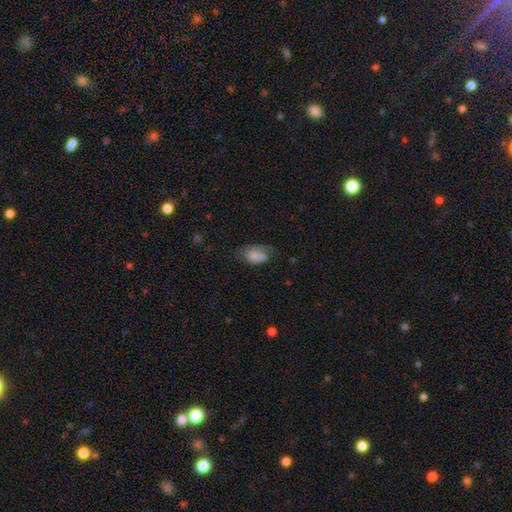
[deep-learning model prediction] The model was most divided on "merging": none: 43%, minor disturbance: 33%, major disturbance: 20%, merger: 3%. More confident: how rounded — in between (91%); smooth or featured — smooth (75%).